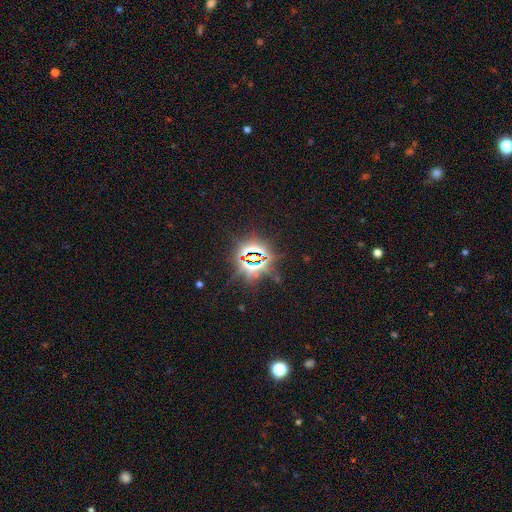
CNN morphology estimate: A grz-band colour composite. It shows a star or artifact, not a galaxy (83%).